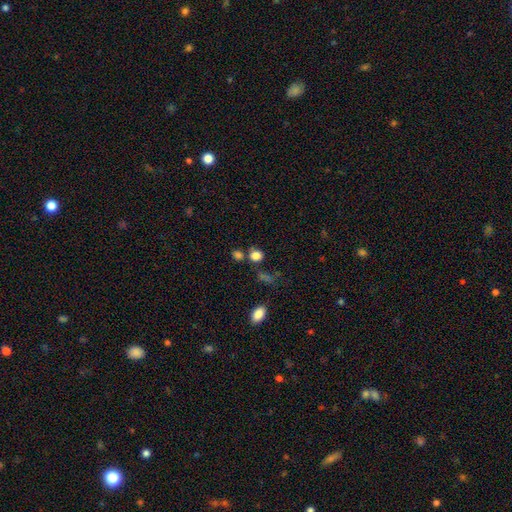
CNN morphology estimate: Q: Smooth or featured?
A: smooth (81%); runner-up: star or artifact (13%)
Q: How rounded?
A: round (68%); runner-up: in between (30%)
Q: Merging?
A: none (61%); runner-up: merger (21%)